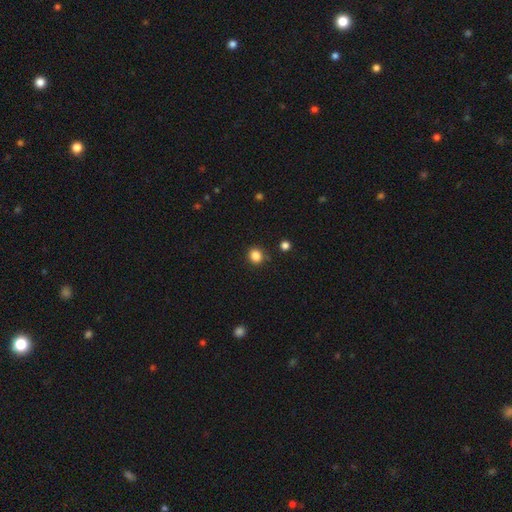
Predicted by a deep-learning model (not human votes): This is clearly a smooth galaxy (85%). How rounded: clearly round (83%). Merging: clearly none (85%).